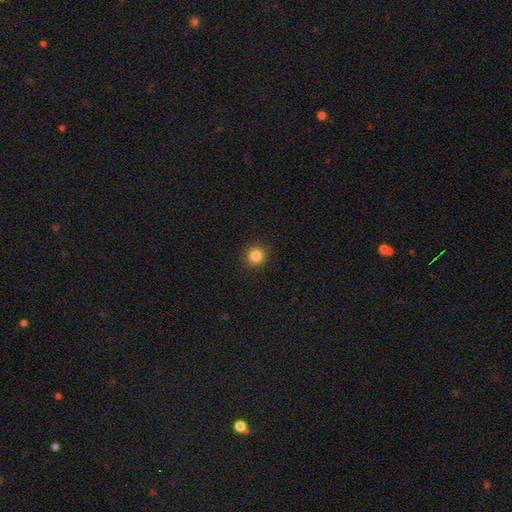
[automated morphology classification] Smooth or featured? smooth (83%)
How rounded? round (94%)
Merging? none (92%)